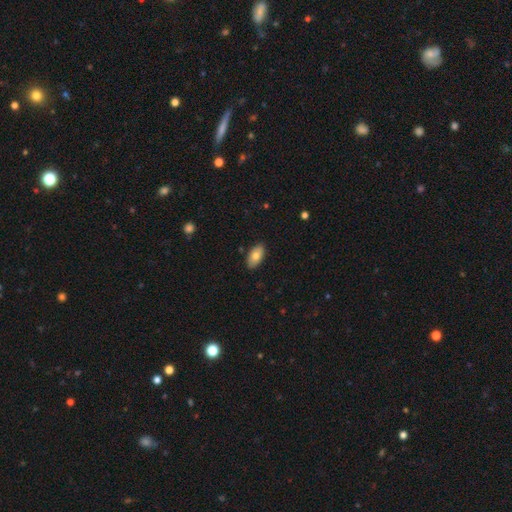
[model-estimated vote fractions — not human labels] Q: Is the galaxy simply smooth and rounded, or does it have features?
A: smooth — 76%.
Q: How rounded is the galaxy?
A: in between — 93%.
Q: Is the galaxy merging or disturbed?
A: none — 88%.